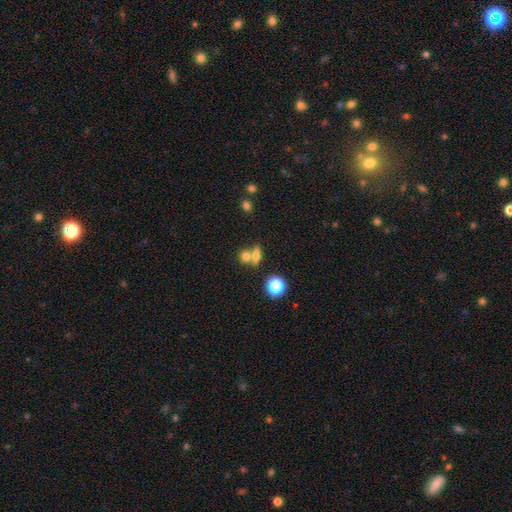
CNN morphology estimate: smooth-or-featured: smooth: 67% | featured or disk: 17% | star or artifact: 16%
  how-rounded: in between: 48% | round: 38% | cigar-shaped: 15%
  merging: merger: 46% | none: 43% | minor disturbance: 8% | major disturbance: 4%